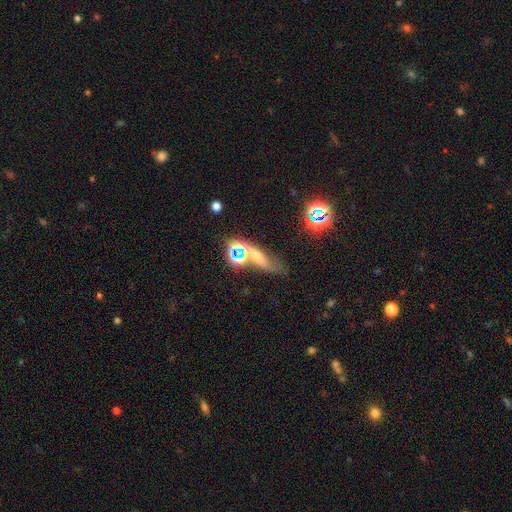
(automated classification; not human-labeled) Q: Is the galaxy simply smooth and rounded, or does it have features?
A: featured or disk — 38%.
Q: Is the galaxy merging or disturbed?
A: none — 44%.